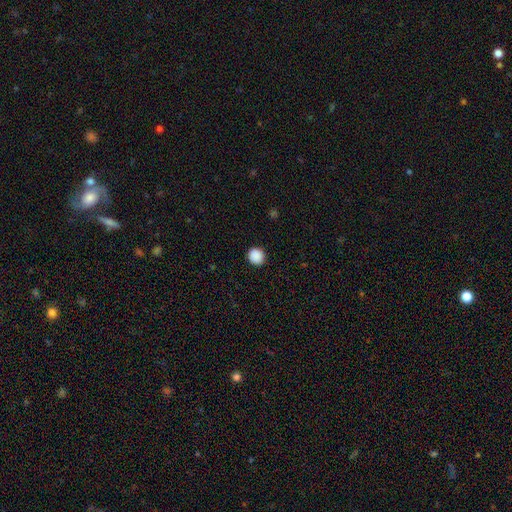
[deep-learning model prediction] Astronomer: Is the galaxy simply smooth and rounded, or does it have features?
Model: smooth — 89%.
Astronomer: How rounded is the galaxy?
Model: round — 90%.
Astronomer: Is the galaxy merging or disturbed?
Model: none — 91%.